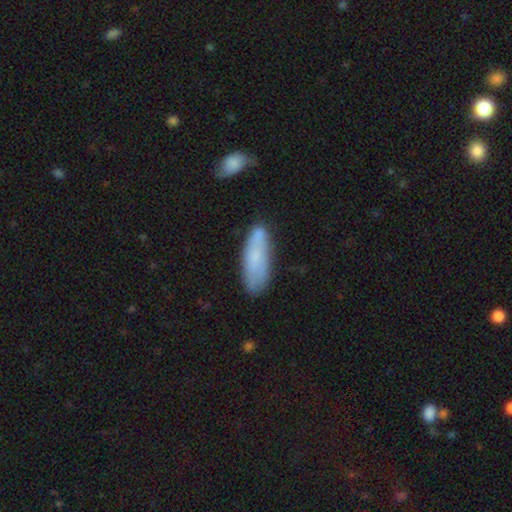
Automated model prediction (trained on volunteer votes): A smooth galaxy with no disk features (73%) that is in between round and cigar-shaped (54%). Merging: none (65%).